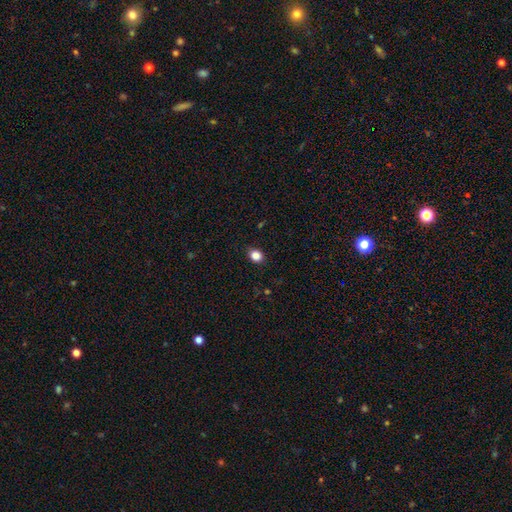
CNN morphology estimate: smooth_or_featured: smooth (p=0.85) [alt: star or artifact p=0.11]
how_rounded: round (p=0.58) [alt: in between p=0.41]
merging: none (p=0.89) [alt: minor disturbance p=0.08]